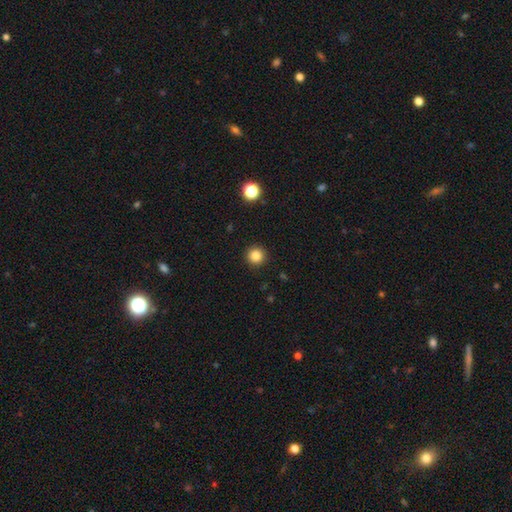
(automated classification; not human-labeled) smooth 84%, star or artifact 11%, featured or disk 4%. Down the decision tree: how rounded — round (95%); merging — none (93%).